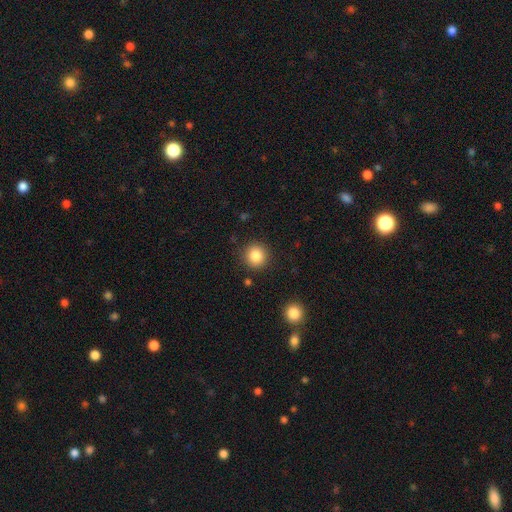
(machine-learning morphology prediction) A smooth galaxy with no disk features (84%) that is round (93%).

Vote fractions:
- Smooth or featured? smooth: 84% / star or artifact: 10% / featured or disk: 6%
- How rounded? round: 93% / in between: 6% / cigar-shaped: 1%
- Merging? none: 89% / minor disturbance: 7% / major disturbance: 2% / merger: 2%